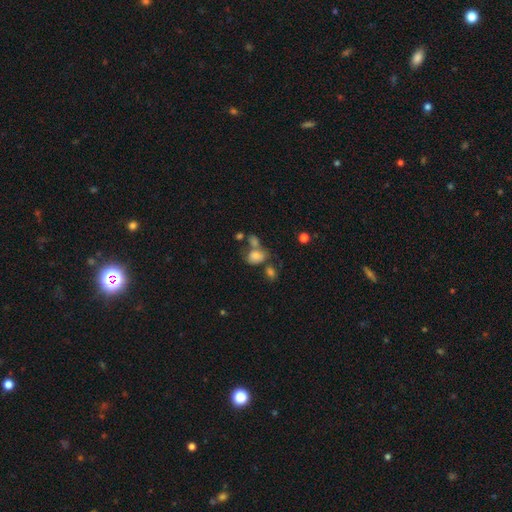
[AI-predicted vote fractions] Smooth or featured?
  - smooth: 77% *
  - star or artifact: 12%
  - featured or disk: 11%
How rounded?
  - in between: 73% *
  - round: 26%
  - cigar-shaped: 1%
Merging?
  - merger: 39% *
  - none: 36%
  - minor disturbance: 16%
  - major disturbance: 10%